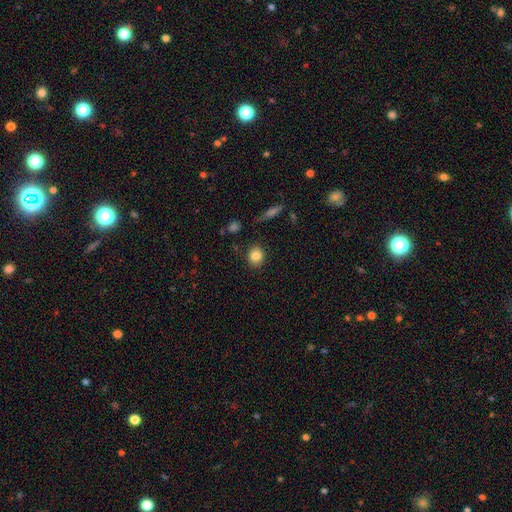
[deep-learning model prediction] Morphology: type=smooth (83%); roundness=round (75%); merging=none (88%).